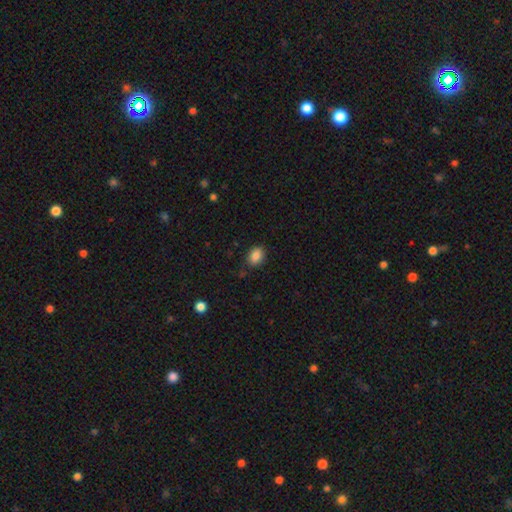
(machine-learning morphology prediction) This appears to be a smooth galaxy with no disk features (86%) that is in between round and cigar-shaped (70%). Merging: none (81%).